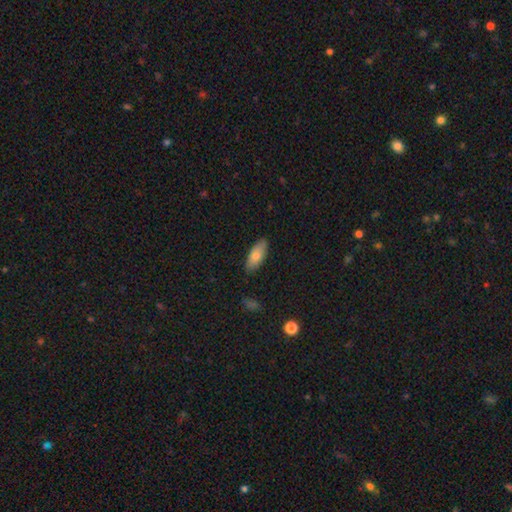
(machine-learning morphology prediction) Smooth or featured?
  - smooth: 77% *
  - featured or disk: 16%
  - star or artifact: 7%
How rounded?
  - in between: 78% *
  - cigar-shaped: 20%
  - round: 2%
Merging?
  - none: 86% *
  - minor disturbance: 11%
  - major disturbance: 2%
  - merger: 1%